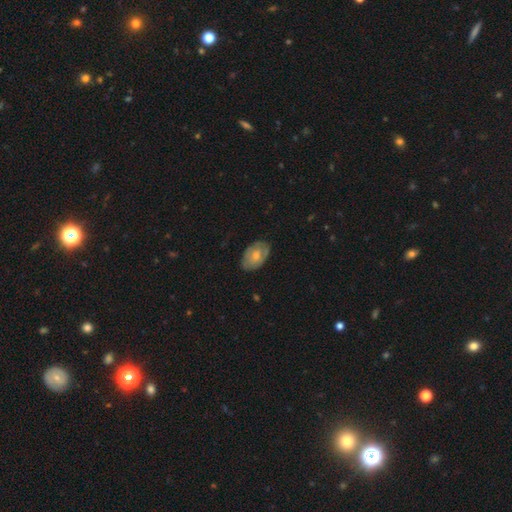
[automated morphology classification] Smooth or featured? Predicted: smooth (p=0.57). How rounded? Predicted: in between (p=0.88). Merging? Predicted: none (p=0.73).